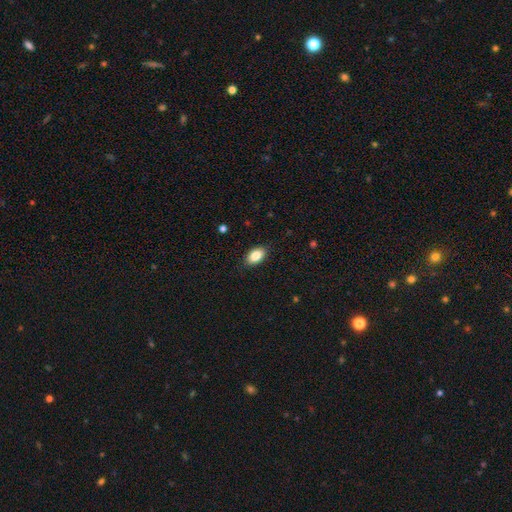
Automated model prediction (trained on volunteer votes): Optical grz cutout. It shows a smooth galaxy with no disk features (86%) that is in between round and cigar-shaped (92%). Merging: none (88%).